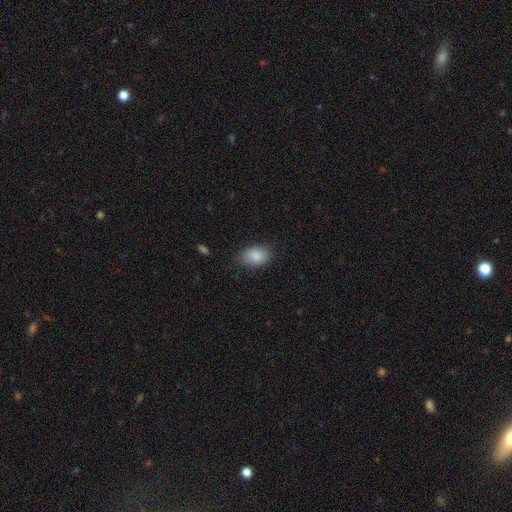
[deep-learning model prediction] The model was most divided on "merging": none: 79%, minor disturbance: 17%, major disturbance: 4%, merger: 1%. More confident: smooth or featured — smooth (88%); how rounded — in between (84%).